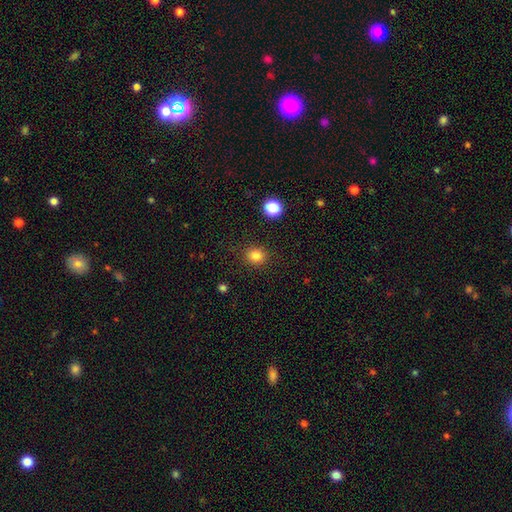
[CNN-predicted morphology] Q: Smooth or featured?
A: smooth (84%); runner-up: star or artifact (12%)
Q: How rounded?
A: round (82%); runner-up: in between (17%)
Q: Merging?
A: none (88%); runner-up: minor disturbance (8%)